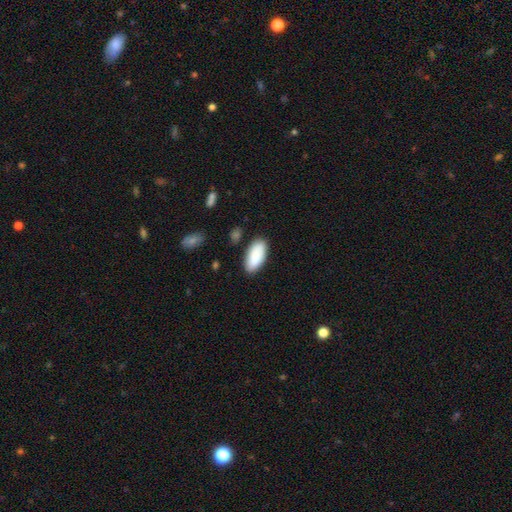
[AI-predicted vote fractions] This is clearly a smooth galaxy (89%). How rounded: clearly in between (92%). Merging: clearly none (85%).